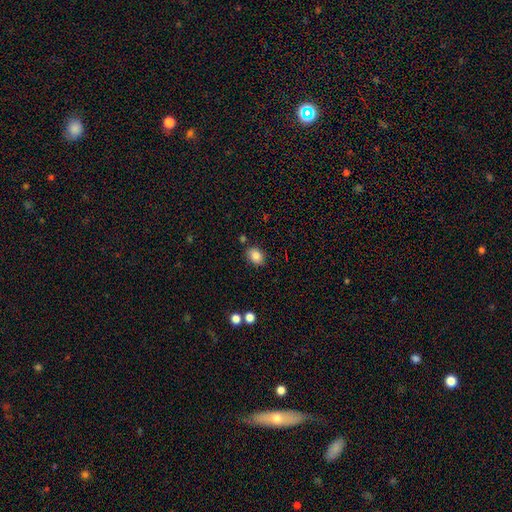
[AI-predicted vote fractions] smooth_or_featured: smooth (p=0.85) [alt: star or artifact p=0.09]
how_rounded: in between (p=0.66) [alt: round p=0.33]
merging: none (p=0.81) [alt: minor disturbance p=0.12]